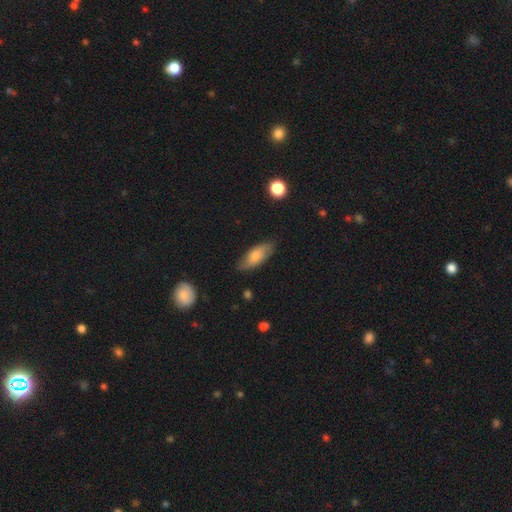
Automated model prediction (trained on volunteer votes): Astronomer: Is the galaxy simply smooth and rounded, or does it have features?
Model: smooth — 75%.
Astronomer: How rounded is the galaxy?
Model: in between — 76%.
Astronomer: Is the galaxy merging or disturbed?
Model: none — 76%.